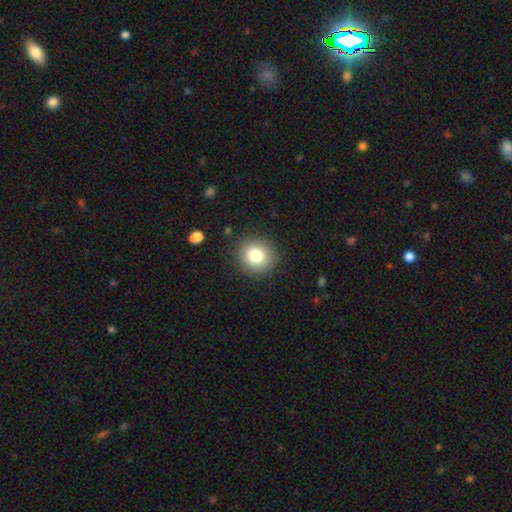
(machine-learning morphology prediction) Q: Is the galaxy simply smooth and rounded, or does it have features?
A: smooth — 80%.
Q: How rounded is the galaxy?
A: round — 88%.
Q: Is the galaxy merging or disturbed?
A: none — 89%.